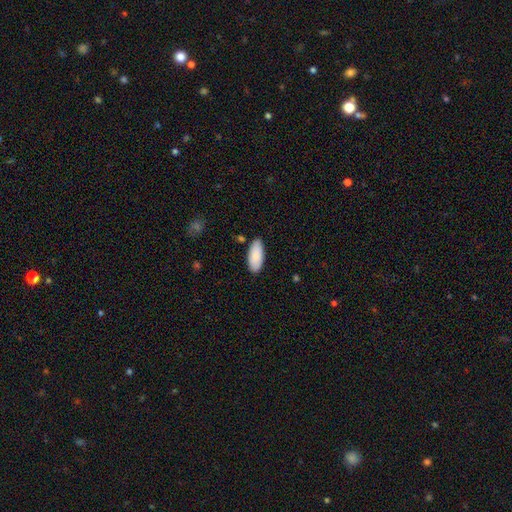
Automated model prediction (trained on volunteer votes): Smooth or featured? Predicted: smooth (p=0.89). How rounded? Predicted: in between (p=0.86). Merging? Predicted: none (p=0.86).